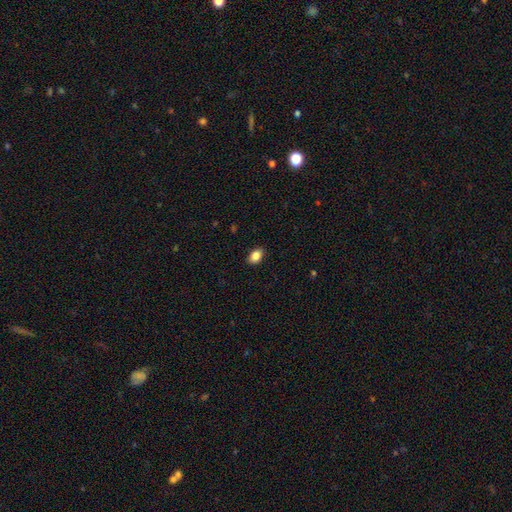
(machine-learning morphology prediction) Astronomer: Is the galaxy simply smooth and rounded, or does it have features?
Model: smooth — 86%.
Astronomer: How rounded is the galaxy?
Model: in between — 85%.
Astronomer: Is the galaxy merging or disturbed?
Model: none — 88%.